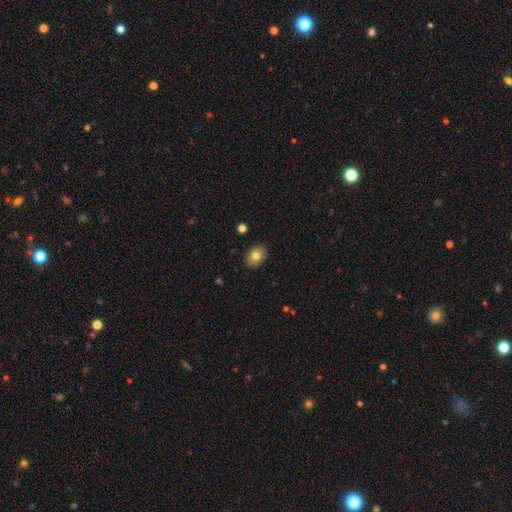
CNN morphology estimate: Smooth or featured? Predicted: smooth (p=0.79). How rounded? Predicted: in between (p=0.79). Merging? Predicted: none (p=0.88).